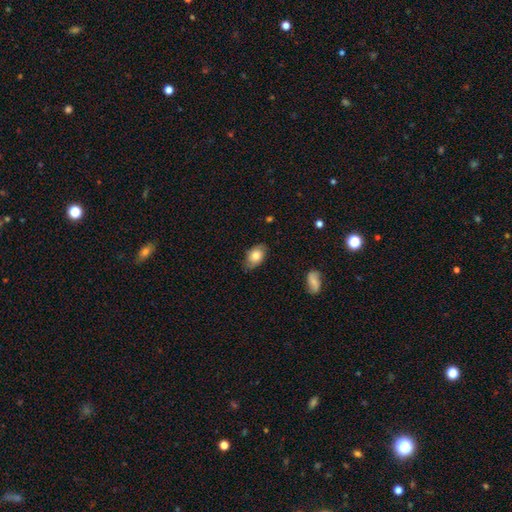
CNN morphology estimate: smooth-or-featured: smooth: 76% | featured or disk: 17% | star or artifact: 7%
  how-rounded: in between: 89% | round: 10% | cigar-shaped: 2%
  merging: none: 76% | minor disturbance: 19% | major disturbance: 3% | merger: 1%